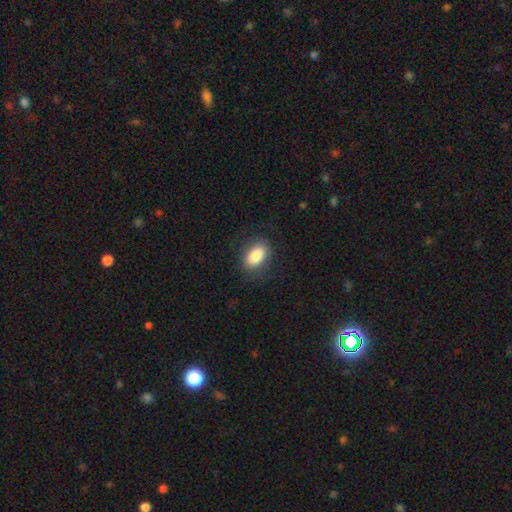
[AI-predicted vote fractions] Q: Smooth or featured?
A: smooth (85%); runner-up: featured or disk (7%)
Q: How rounded?
A: in between (89%); runner-up: round (10%)
Q: Merging?
A: none (83%); runner-up: minor disturbance (12%)